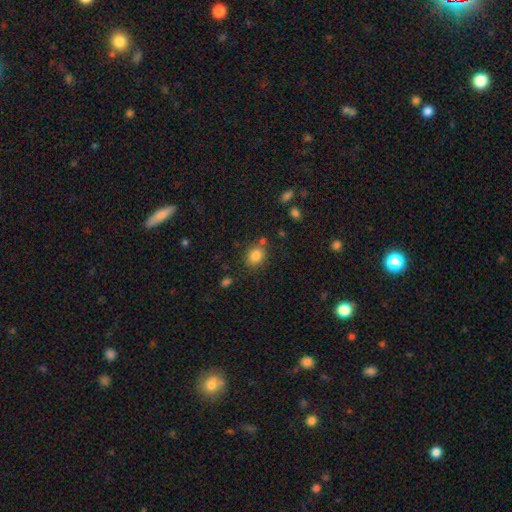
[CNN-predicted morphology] Smooth or featured?
  - smooth: 83% *
  - star or artifact: 11%
  - featured or disk: 7%
How rounded?
  - round: 61% *
  - in between: 38%
  - cigar-shaped: 1%
Merging?
  - none: 77% *
  - minor disturbance: 11%
  - merger: 8%
  - major disturbance: 3%